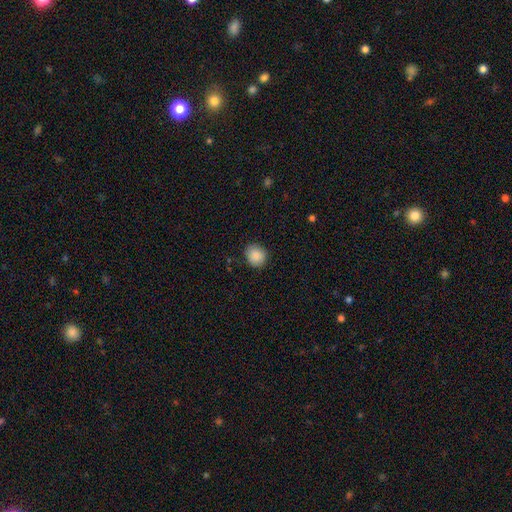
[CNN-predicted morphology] smooth-or-featured: smooth: 88% | star or artifact: 8% | featured or disk: 4%
  how-rounded: round: 77% | in between: 22% | cigar-shaped: 1%
  merging: none: 87% | minor disturbance: 9% | major disturbance: 2% | merger: 1%